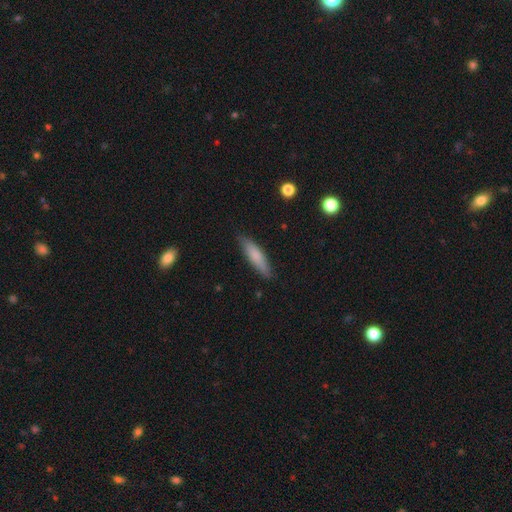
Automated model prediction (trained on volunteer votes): Smooth or featured? Predicted: smooth (p=0.75). How rounded? Predicted: cigar-shaped (p=0.75). Merging? Predicted: none (p=0.85).